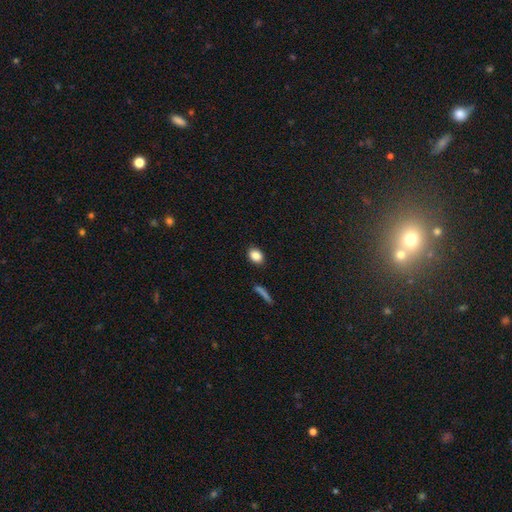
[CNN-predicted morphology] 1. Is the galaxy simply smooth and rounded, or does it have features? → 86% smooth, 9% star or artifact, 5% featured or disk.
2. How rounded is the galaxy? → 69% in between, 29% round, 2% cigar-shaped.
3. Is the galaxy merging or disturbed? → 87% none, 8% minor disturbance, 2% major disturbance, 2% merger.